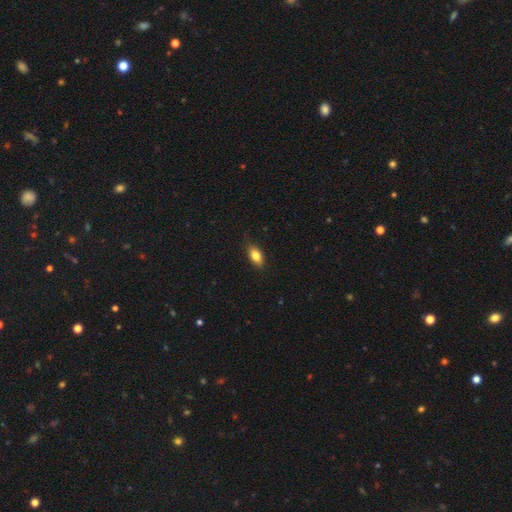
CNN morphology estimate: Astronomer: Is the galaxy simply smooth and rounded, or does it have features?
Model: smooth — 82%.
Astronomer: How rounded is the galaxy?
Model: in between — 87%.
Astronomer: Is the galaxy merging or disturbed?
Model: none — 82%.